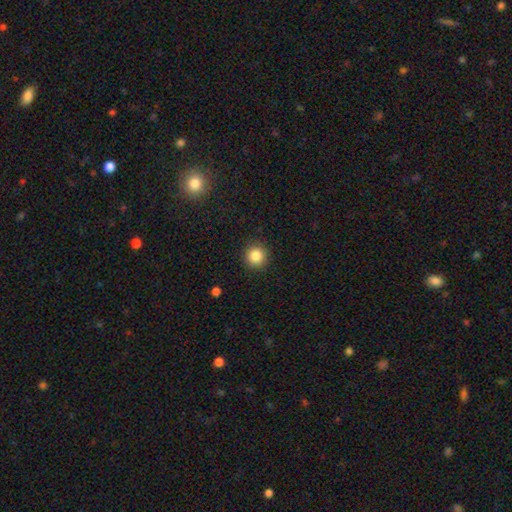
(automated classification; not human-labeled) This is clearly a smooth galaxy (85%). How rounded: clearly round (93%). Merging: clearly none (91%).